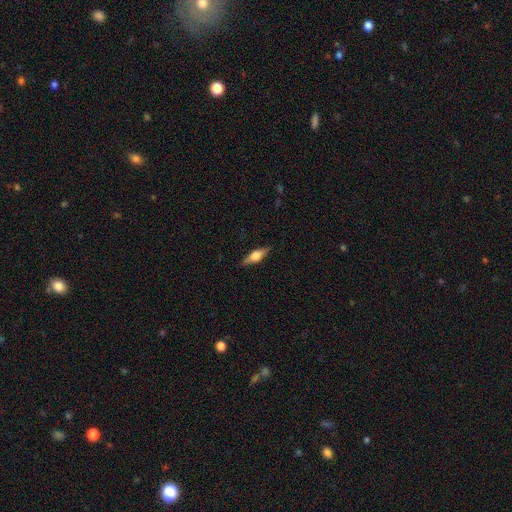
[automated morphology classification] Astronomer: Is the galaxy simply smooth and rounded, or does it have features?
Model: featured or disk — 53% (runner-up: smooth, 40%).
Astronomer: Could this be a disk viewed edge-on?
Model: yes — 94%.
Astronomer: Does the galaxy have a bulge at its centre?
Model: rounded — 90%.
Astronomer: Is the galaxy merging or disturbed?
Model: none — 87%.